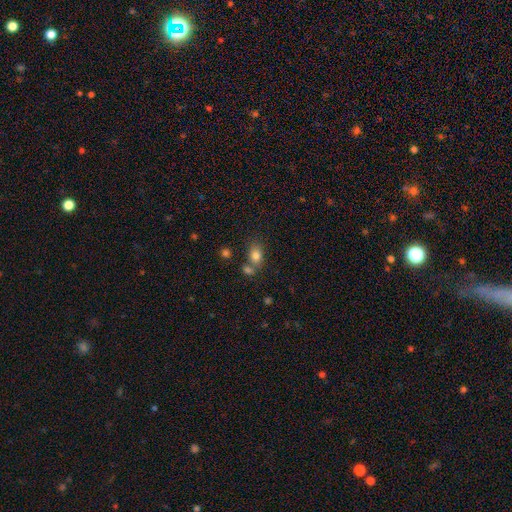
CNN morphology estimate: type=smooth (81%); roundness=in between (72%); merging=none (54%).